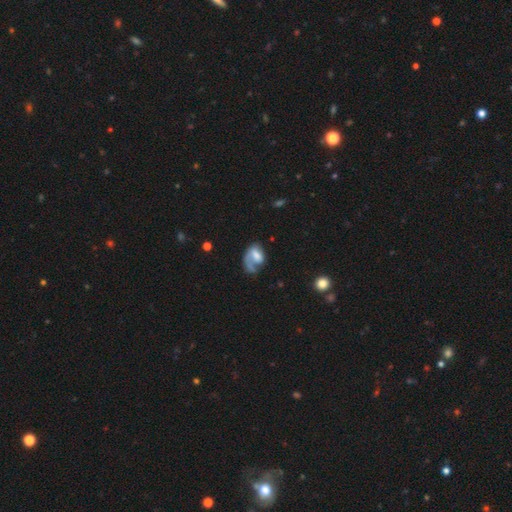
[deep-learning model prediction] Smooth or featured? featured or disk (56%)
Edge-on disk? no (97%)
Bar? no (52%)
Spiral arms? yes (78%)
Bulge size? moderate (33%)
Merging? major disturbance (41%)